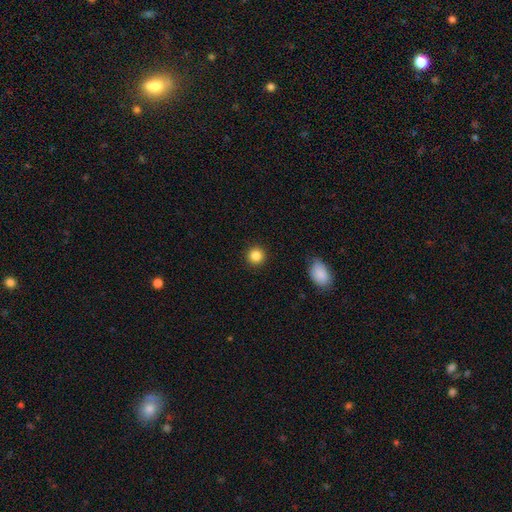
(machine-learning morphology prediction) type=smooth (85%); roundness=round (94%); merging=none (92%).